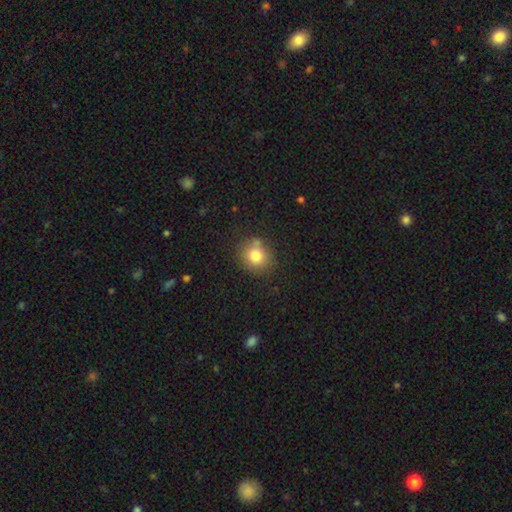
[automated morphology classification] A smooth galaxy with no disk features (79%) that is round (80%).

Vote fractions:
- Smooth or featured? smooth: 79% / star or artifact: 12% / featured or disk: 9%
- How rounded? round: 80% / in between: 19% / cigar-shaped: 1%
- Merging? none: 74% / minor disturbance: 14% / merger: 8% / major disturbance: 4%